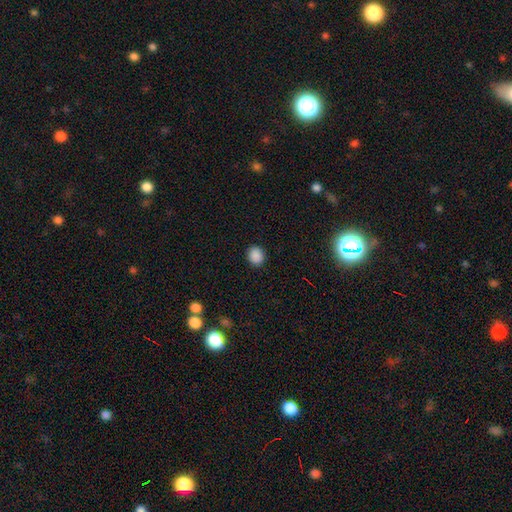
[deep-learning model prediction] Morphology: type=smooth (88%); roundness=round (64%); merging=none (90%).